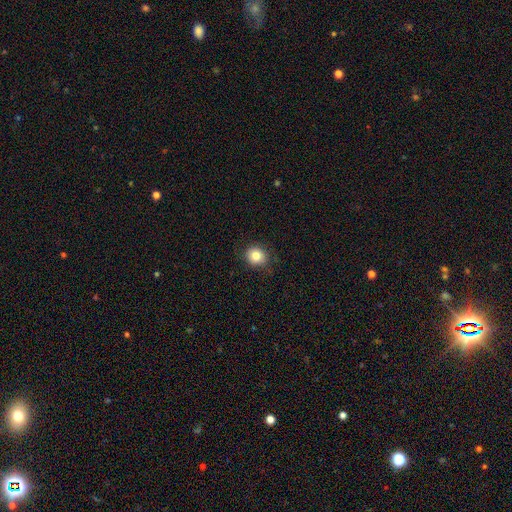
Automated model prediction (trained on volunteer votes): Smooth or featured?
  - smooth: 82% *
  - star or artifact: 10%
  - featured or disk: 8%
How rounded?
  - round: 79% *
  - in between: 20%
  - cigar-shaped: 1%
Merging?
  - none: 85% *
  - minor disturbance: 11%
  - major disturbance: 3%
  - merger: 1%